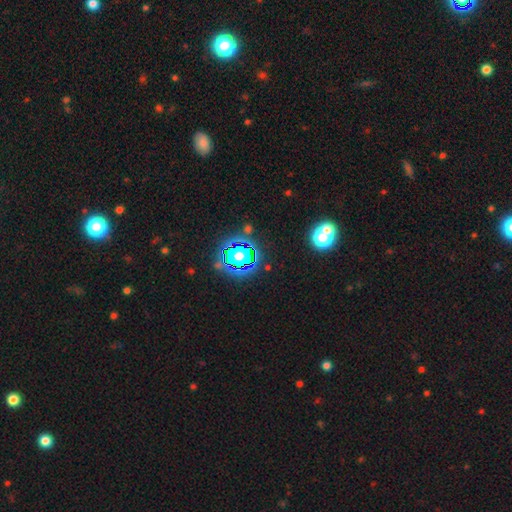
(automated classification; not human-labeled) Smooth or featured?
  - star or artifact: 80% *
  - smooth: 13%
  - featured or disk: 8%